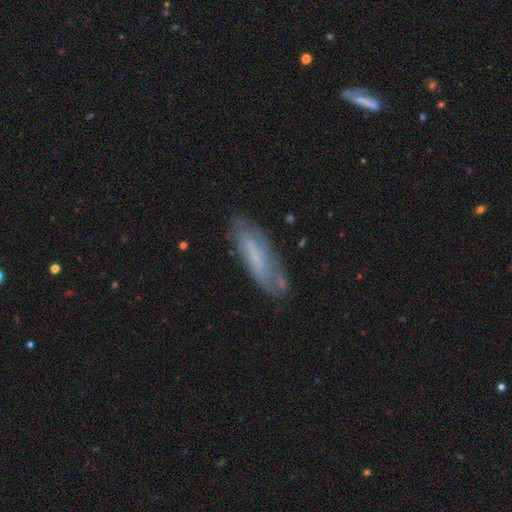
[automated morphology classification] Q: Smooth or featured?
A: smooth (50%); runner-up: featured or disk (42%)
Q: Merging?
A: none (66%); runner-up: minor disturbance (23%)